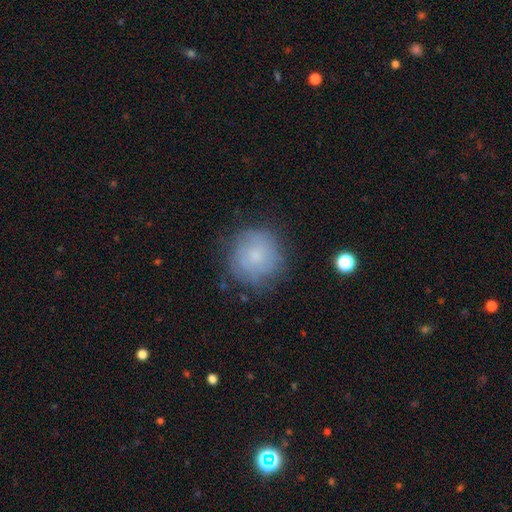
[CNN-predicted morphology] Smooth or featured?
  - smooth: 64% *
  - featured or disk: 26%
  - star or artifact: 10%
How rounded?
  - round: 92% *
  - in between: 7%
  - cigar-shaped: 1%
Merging?
  - none: 73% *
  - minor disturbance: 18%
  - major disturbance: 7%
  - merger: 2%